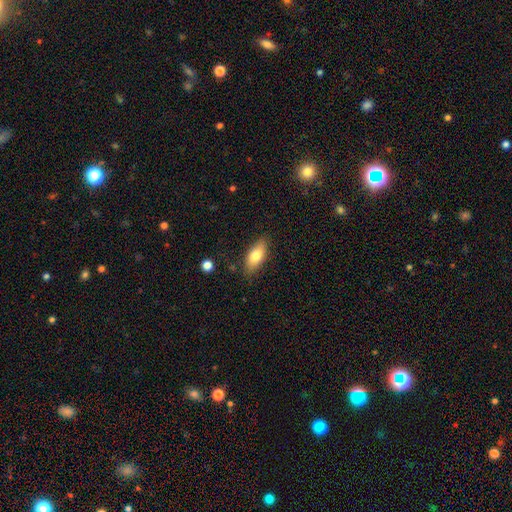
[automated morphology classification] Overall: smooth (75%). How rounded: in between (82%). Merging: none (82%).